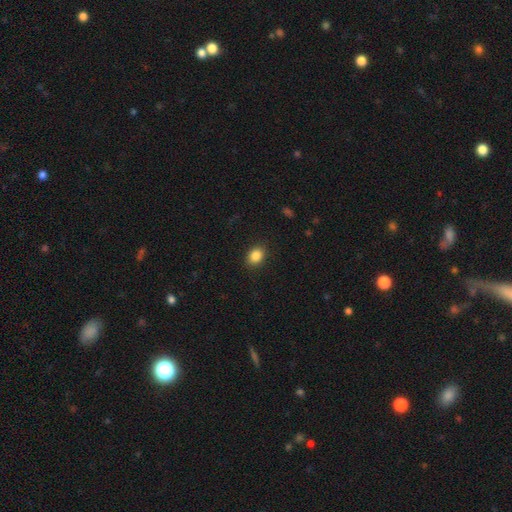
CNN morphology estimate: A smooth galaxy with no disk features (86%) that is in between round and cigar-shaped (55%). Merging: none (88%).